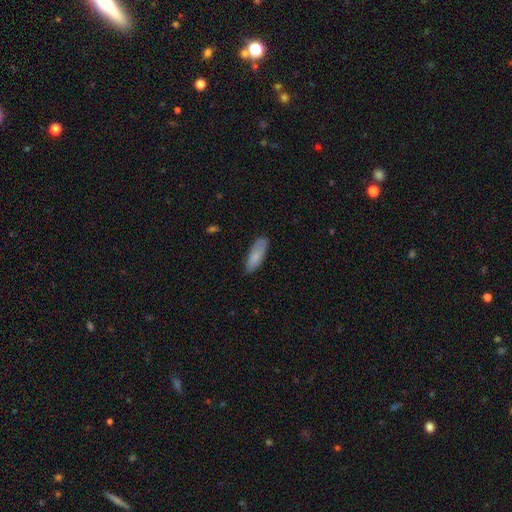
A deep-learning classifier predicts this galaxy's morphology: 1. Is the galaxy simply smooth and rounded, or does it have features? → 84% smooth, 10% featured or disk, 6% star or artifact.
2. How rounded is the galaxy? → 61% in between, 38% cigar-shaped, 2% round.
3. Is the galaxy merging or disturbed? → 80% none, 16% minor disturbance, 3% major disturbance, 1% merger.